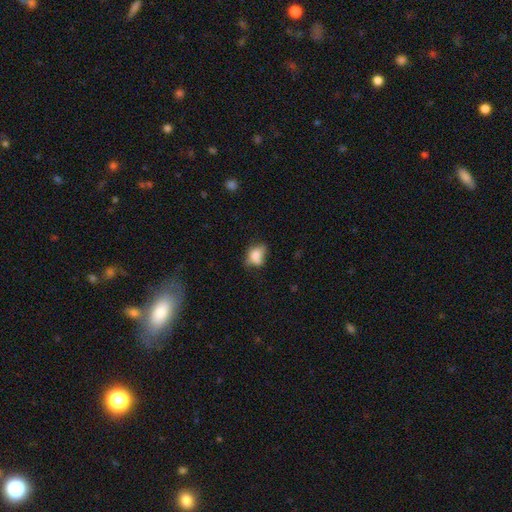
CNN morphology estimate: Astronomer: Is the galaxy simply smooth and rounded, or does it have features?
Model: smooth — 73%.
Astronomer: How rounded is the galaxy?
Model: in between — 71%.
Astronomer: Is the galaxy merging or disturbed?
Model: none — 39% (runner-up: minor disturbance, 35%).